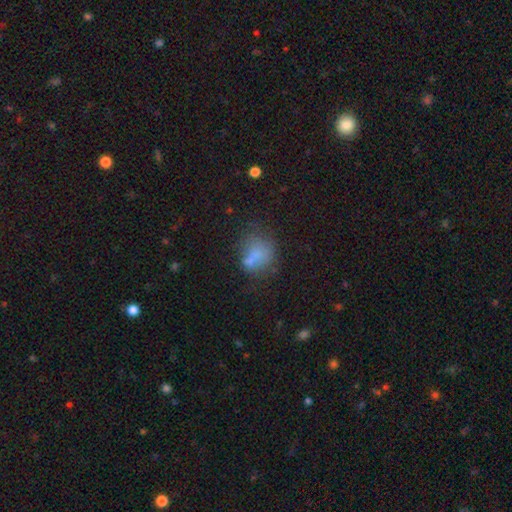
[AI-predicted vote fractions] Q: Smooth or featured?
A: smooth (65%); runner-up: featured or disk (21%)
Q: How rounded?
A: round (60%); runner-up: in between (39%)
Q: Merging?
A: none (42%); runner-up: minor disturbance (21%)